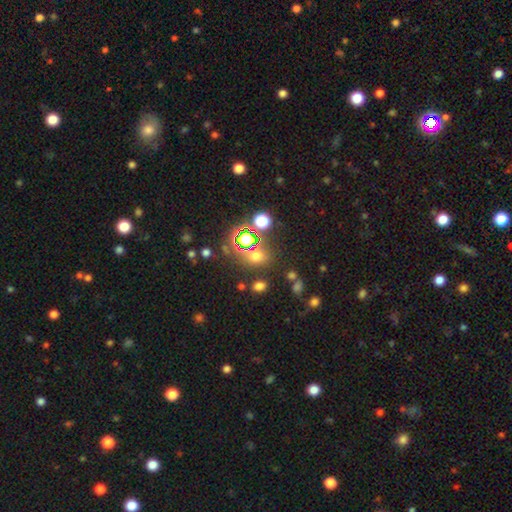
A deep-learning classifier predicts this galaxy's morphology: smooth_or_featured: smooth (p=0.54) [alt: star or artifact p=0.38]
how_rounded: round (p=0.63) [alt: in between p=0.36]
merging: none (p=0.73) [alt: minor disturbance p=0.11]